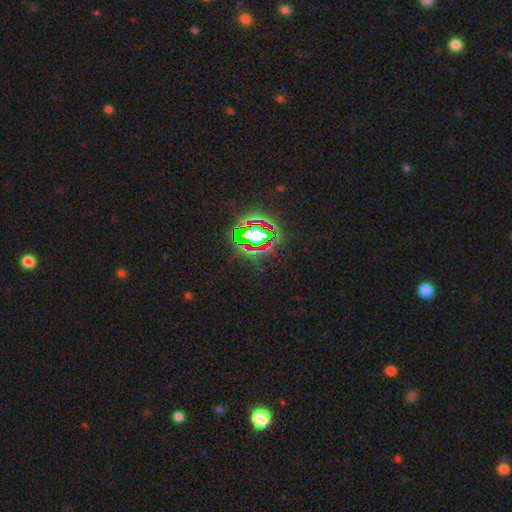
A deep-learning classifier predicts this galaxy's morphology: The model was most divided on "smooth or featured": star or artifact: 79%, smooth: 12%, featured or disk: 9%.